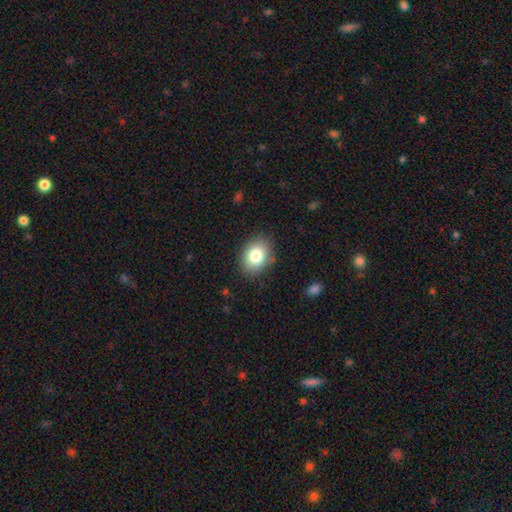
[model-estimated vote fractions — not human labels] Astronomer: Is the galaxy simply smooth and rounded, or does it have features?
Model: smooth — 82%.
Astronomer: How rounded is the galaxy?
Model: in between — 65%.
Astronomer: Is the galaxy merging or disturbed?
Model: none — 86%.